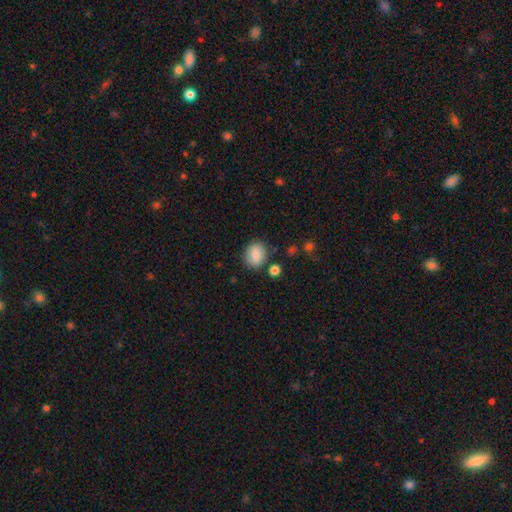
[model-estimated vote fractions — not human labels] Smooth or featured? smooth (85%)
How rounded? round (61%)
Merging? none (81%)